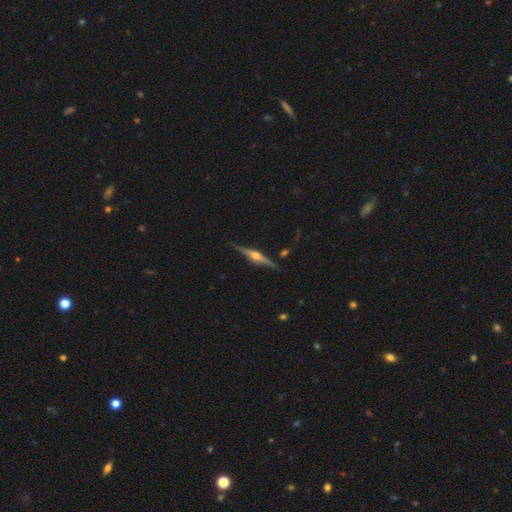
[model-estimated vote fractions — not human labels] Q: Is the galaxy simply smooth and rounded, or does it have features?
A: featured or disk — 84%.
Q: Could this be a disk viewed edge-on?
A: yes — 98%.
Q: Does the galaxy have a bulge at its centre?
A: rounded — 94%.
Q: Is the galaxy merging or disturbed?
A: none — 88%.